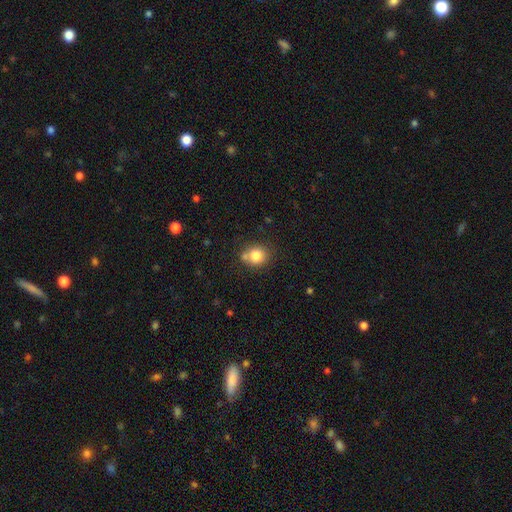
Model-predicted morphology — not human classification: A smooth galaxy with no disk features (80%) that is round (76%). Merging: none (65%).